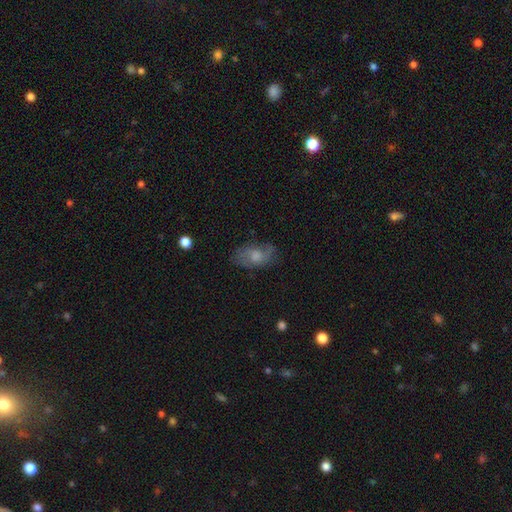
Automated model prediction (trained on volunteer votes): Smooth or featured? smooth (53%)
How rounded? in between (87%)
Merging? none (62%)